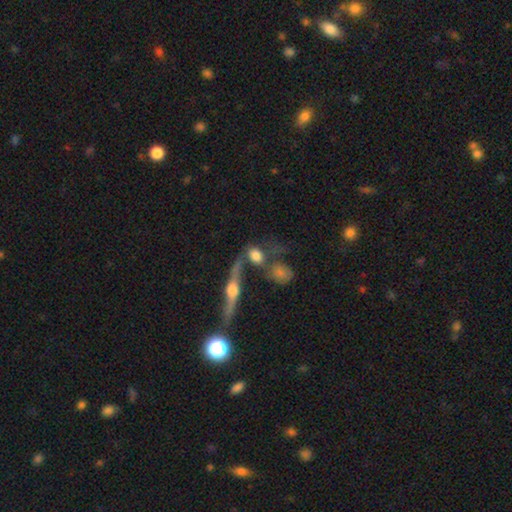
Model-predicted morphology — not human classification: The model was most divided on "merging": merger: 38%, none: 36%, minor disturbance: 15%, major disturbance: 12%. More confident: how rounded — in between (60%); smooth or featured — smooth (58%).